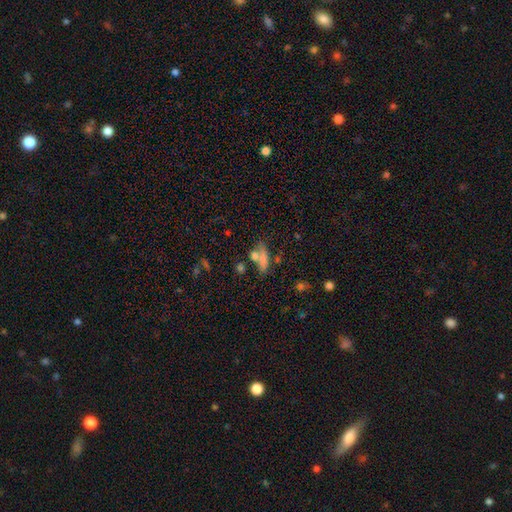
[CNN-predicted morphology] This appears to be a smooth galaxy with no disk features (68%) that is cigar-shaped (46%). Merging: none (51%).